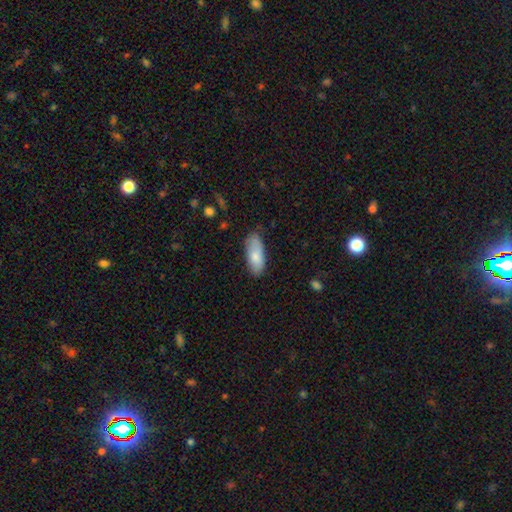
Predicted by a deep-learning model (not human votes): Smooth or featured? Predicted: smooth (p=0.82). How rounded? Predicted: in between (p=0.82). Merging? Predicted: none (p=0.74).